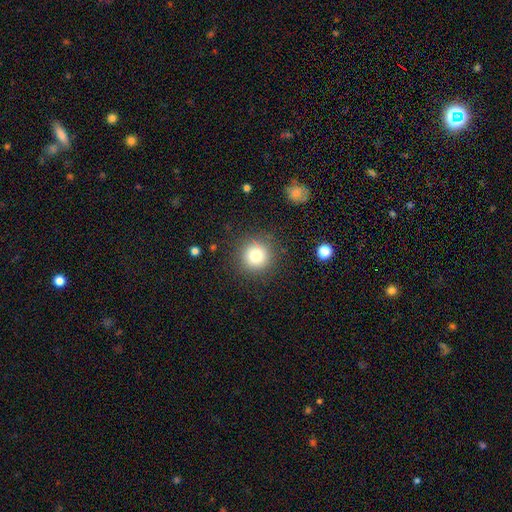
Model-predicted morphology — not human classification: The model was most divided on "smooth or featured": smooth: 78%, star or artifact: 13%, featured or disk: 9%. More confident: how rounded — round (94%); merging — none (86%).